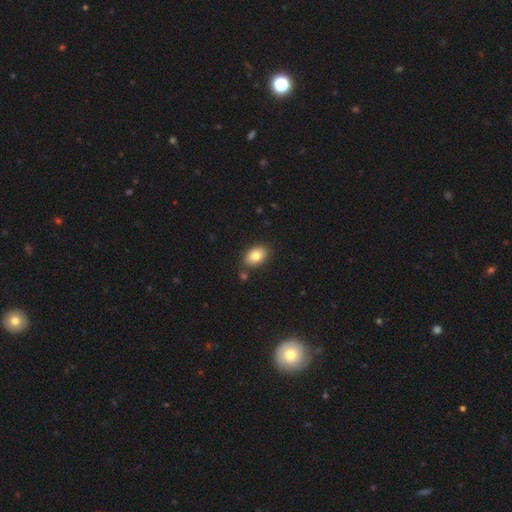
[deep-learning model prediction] A smooth galaxy with no disk features (83%) that is in between round and cigar-shaped (89%). Merging: none (82%).